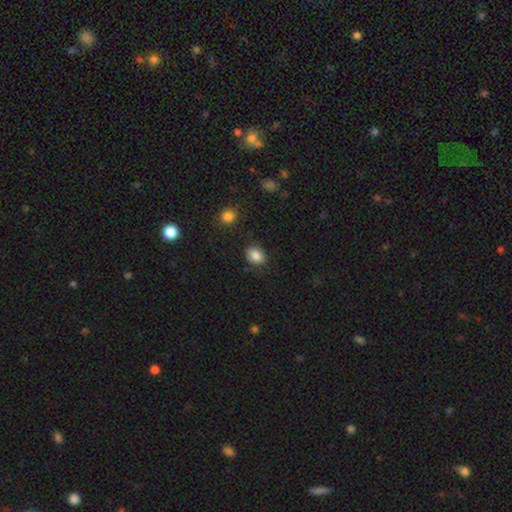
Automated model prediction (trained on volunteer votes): This appears to be a smooth galaxy with no disk features (85%) that is in between round and cigar-shaped (67%). Merging: none (80%).